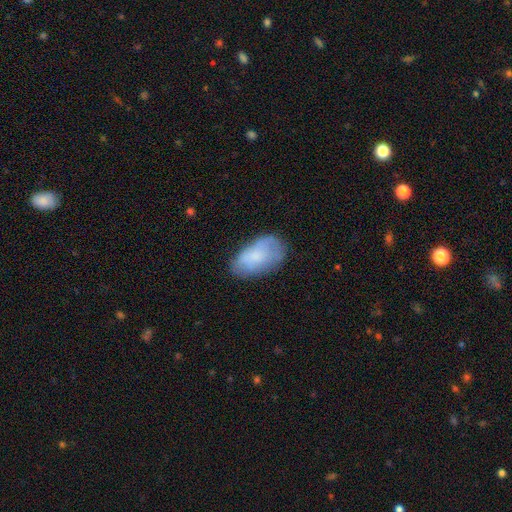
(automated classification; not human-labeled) Smooth or featured: smooth — 69% (featured or disk — 23%)
How rounded: in between — 94% (round — 5%)
Merging: none — 65% (minor disturbance — 25%)